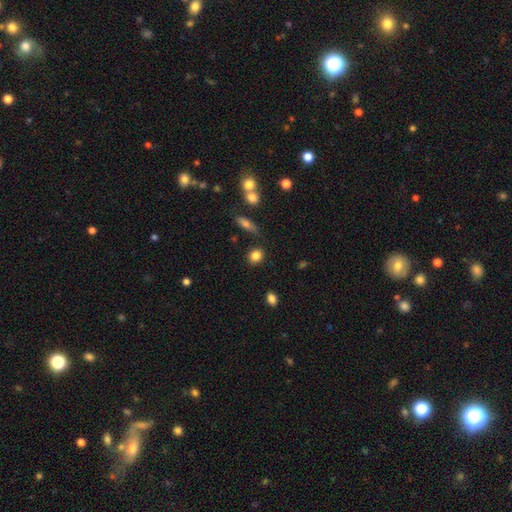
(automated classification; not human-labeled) A smooth galaxy with no disk features (83%) that is round (70%). Merging: none (81%).